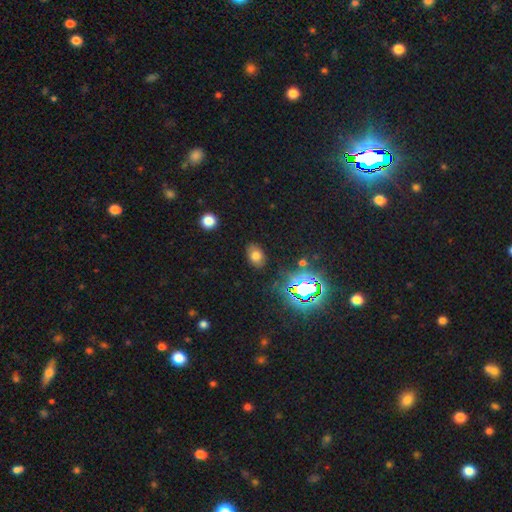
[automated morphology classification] Q: Smooth or featured?
A: smooth (67%); runner-up: star or artifact (22%)
Q: How rounded?
A: in between (82%); runner-up: round (16%)
Q: Merging?
A: none (83%); runner-up: minor disturbance (12%)